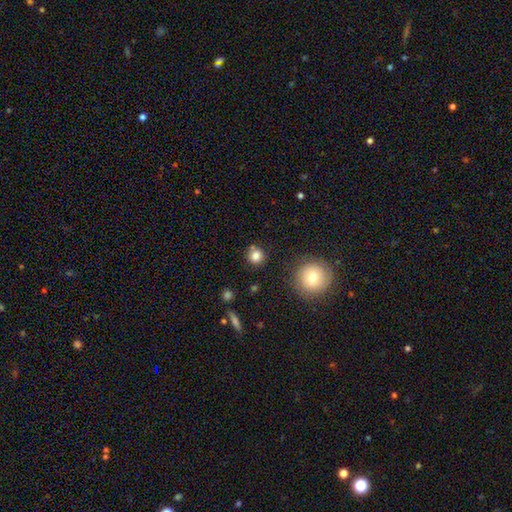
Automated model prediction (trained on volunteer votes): A smooth galaxy with no disk features (81%) that is round (90%).

Vote fractions:
- Smooth or featured? smooth: 81% / star or artifact: 12% / featured or disk: 6%
- How rounded? round: 90% / in between: 9% / cigar-shaped: 1%
- Merging? none: 78% / minor disturbance: 10% / merger: 8% / major disturbance: 3%